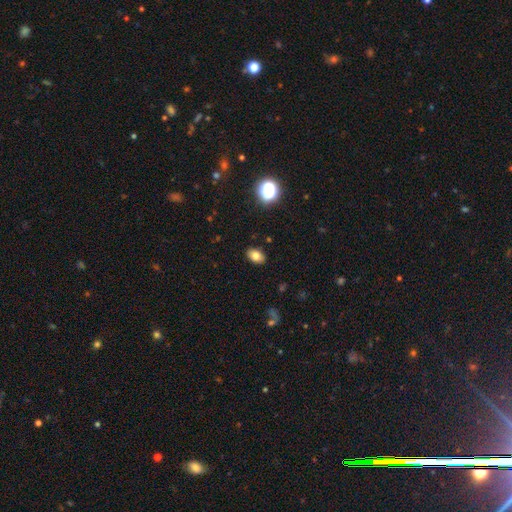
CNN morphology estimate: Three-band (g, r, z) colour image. It shows a smooth galaxy with no disk features (78%) that is in between round and cigar-shaped (82%). Merging: none (88%).